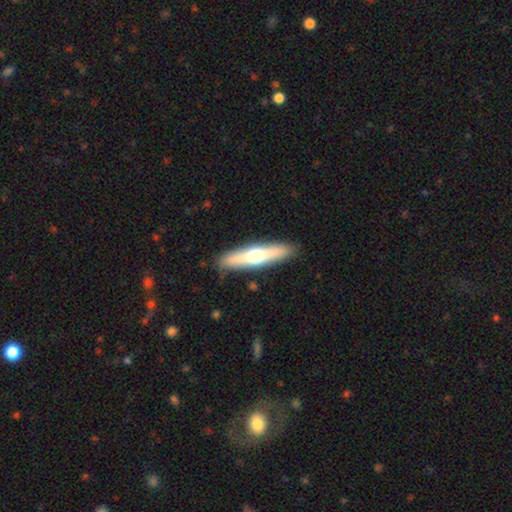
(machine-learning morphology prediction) Q: Smooth or featured?
A: smooth (48%); runner-up: featured or disk (47%)
Q: Merging?
A: none (88%); runner-up: minor disturbance (9%)